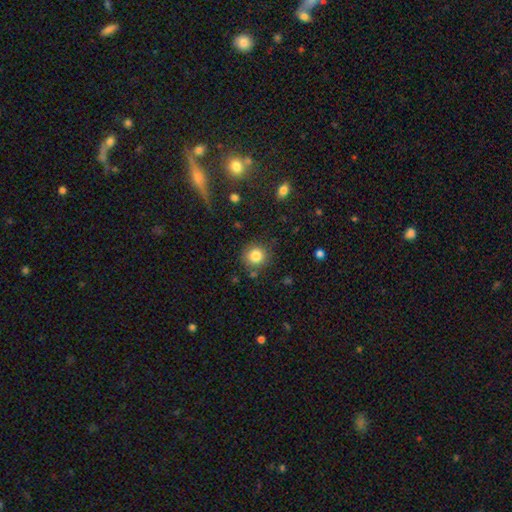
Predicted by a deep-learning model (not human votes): Q: Smooth or featured?
A: smooth (83%); runner-up: star or artifact (11%)
Q: How rounded?
A: round (91%); runner-up: in between (8%)
Q: Merging?
A: none (83%); runner-up: minor disturbance (10%)